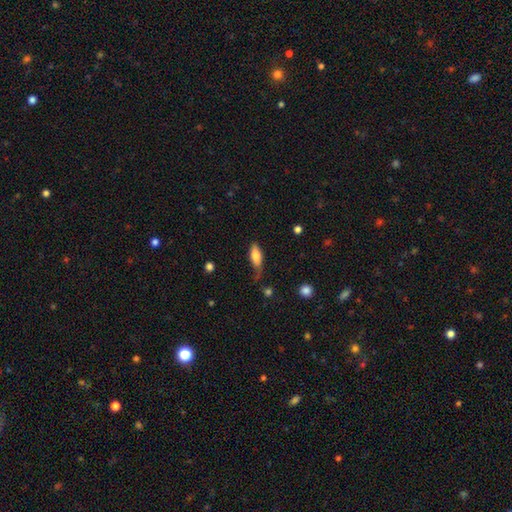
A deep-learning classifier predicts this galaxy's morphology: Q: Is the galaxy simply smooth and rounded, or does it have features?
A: smooth — 74%.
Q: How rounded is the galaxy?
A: in between — 76%.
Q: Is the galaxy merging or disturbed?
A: none — 49%.